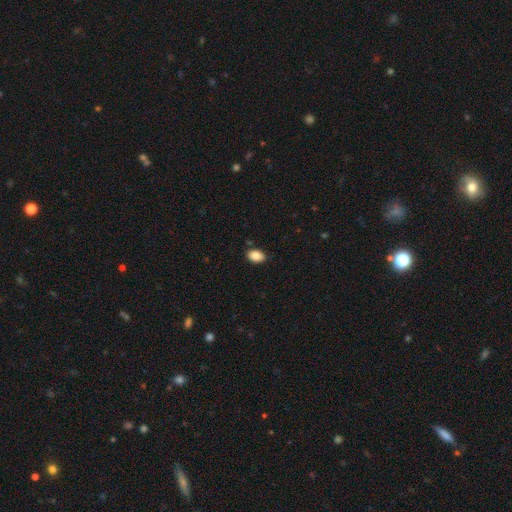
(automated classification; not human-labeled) smooth 88%, star or artifact 8%, featured or disk 4%. Down the decision tree: how rounded — in between (83%); merging — none (86%).